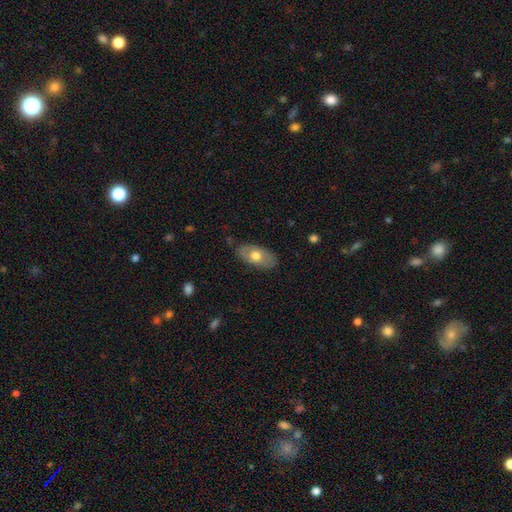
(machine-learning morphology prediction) Q: Smooth or featured?
A: smooth (60%); runner-up: featured or disk (34%)
Q: How rounded?
A: in between (92%); runner-up: round (5%)
Q: Merging?
A: none (81%); runner-up: minor disturbance (15%)